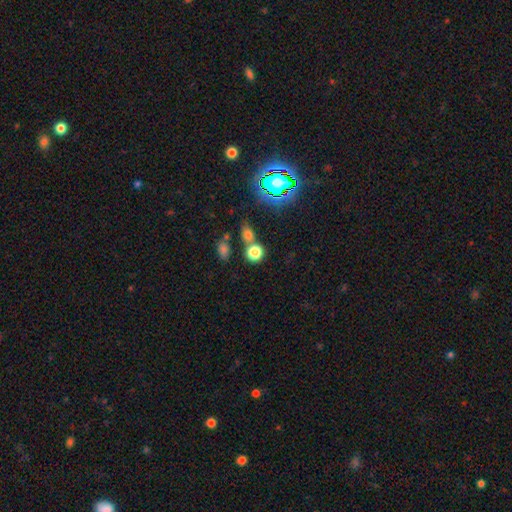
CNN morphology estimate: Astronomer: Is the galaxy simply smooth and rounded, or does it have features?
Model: star or artifact — 46% (runner-up: smooth, 44%).